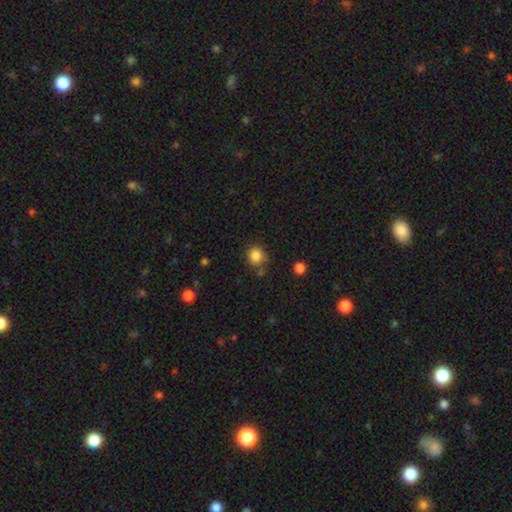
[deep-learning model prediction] Morphology: type=smooth (85%); roundness=round (88%); merging=none (75%).